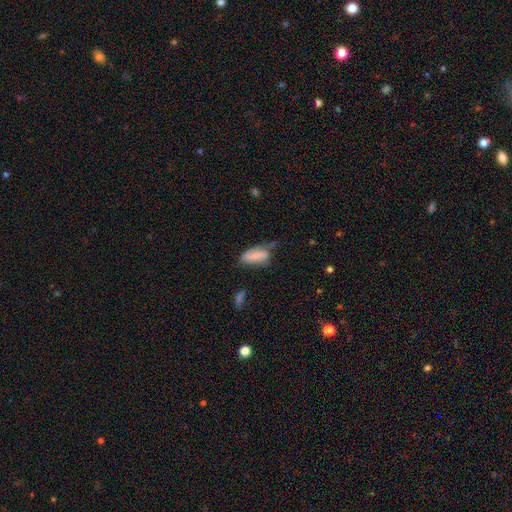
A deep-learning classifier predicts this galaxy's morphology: smooth-or-featured: smooth: 65% | featured or disk: 27% | star or artifact: 8%
  how-rounded: in between: 82% | cigar-shaped: 15% | round: 3%
  merging: none: 36% (tied) | minor disturbance: 36% (tied) | major disturbance: 21% | merger: 7%